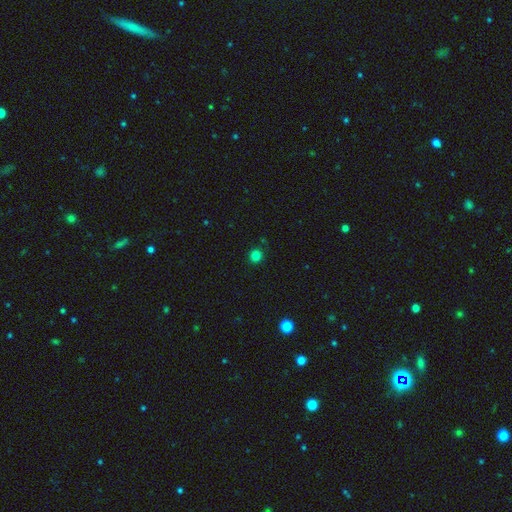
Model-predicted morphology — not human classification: A smooth galaxy with no disk features (82%) that is round (91%).

Vote fractions:
- Smooth or featured? smooth: 82% / star or artifact: 15% / featured or disk: 4%
- How rounded? round: 91% / in between: 8% / cigar-shaped: 1%
- Merging? none: 89% / minor disturbance: 7% / merger: 2% / major disturbance: 2%